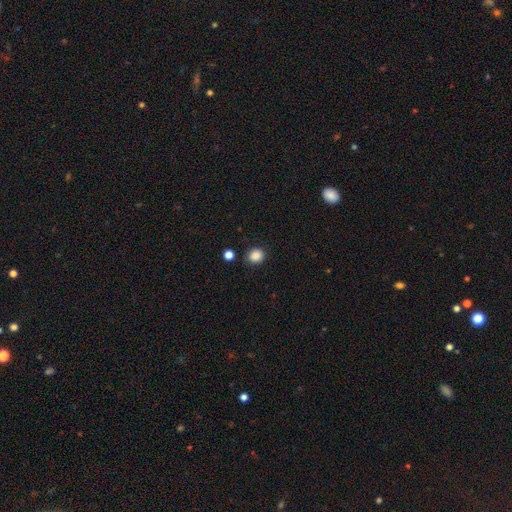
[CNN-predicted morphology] Smooth or featured: smooth — 87% (star or artifact — 10%)
How rounded: round — 76% (in between — 23%)
Merging: none — 86% (minor disturbance — 9%)